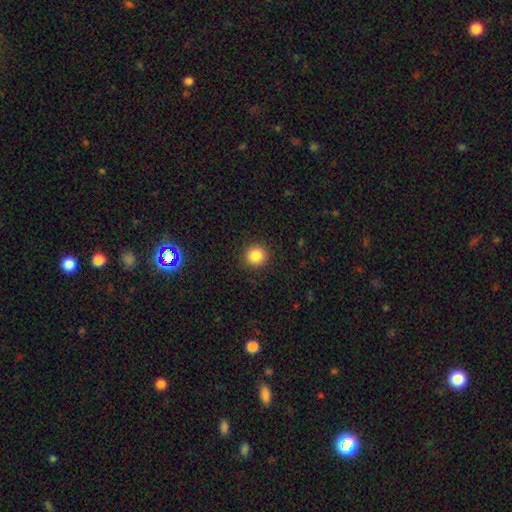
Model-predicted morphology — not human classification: A smooth galaxy with no disk features (85%) that is round (94%). Merging: none (92%).